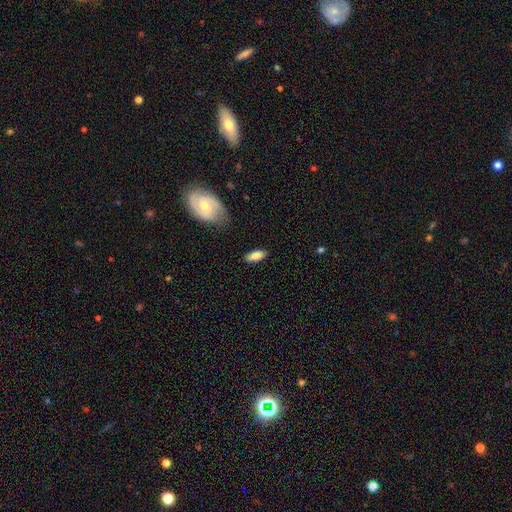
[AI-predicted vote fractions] smooth 84%, featured or disk 9%, star or artifact 6%. Down the decision tree: how rounded — in between (82%); merging — none (84%).